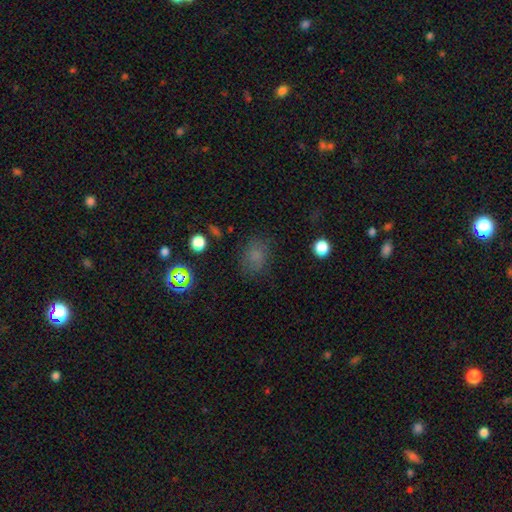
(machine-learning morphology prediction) Q: Smooth or featured?
A: smooth (72%); runner-up: star or artifact (19%)
Q: How rounded?
A: in between (55%); runner-up: round (44%)
Q: Merging?
A: none (74%); runner-up: minor disturbance (17%)